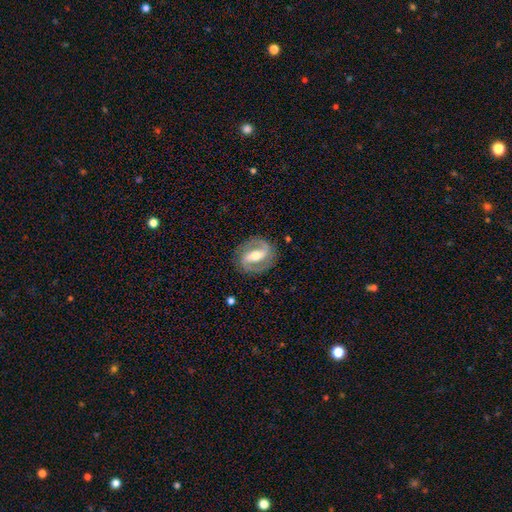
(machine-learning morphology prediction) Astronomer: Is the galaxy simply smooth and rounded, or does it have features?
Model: featured or disk — 86%.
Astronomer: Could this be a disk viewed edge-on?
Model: no — 96%.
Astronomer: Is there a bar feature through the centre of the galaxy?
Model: strong — 55% (runner-up: weak, 30%).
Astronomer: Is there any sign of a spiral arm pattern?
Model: yes — 91%.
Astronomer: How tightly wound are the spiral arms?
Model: medium — 51% (runner-up: tight, 31%).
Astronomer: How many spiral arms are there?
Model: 2 — 91%.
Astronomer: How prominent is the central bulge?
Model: moderate — 68%.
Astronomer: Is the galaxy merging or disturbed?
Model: none — 85%.